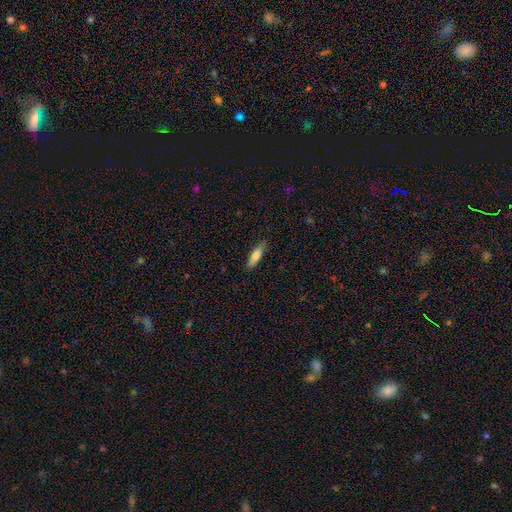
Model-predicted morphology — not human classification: Smooth or featured? smooth (78%)
How rounded? cigar-shaped (62%)
Merging? none (83%)